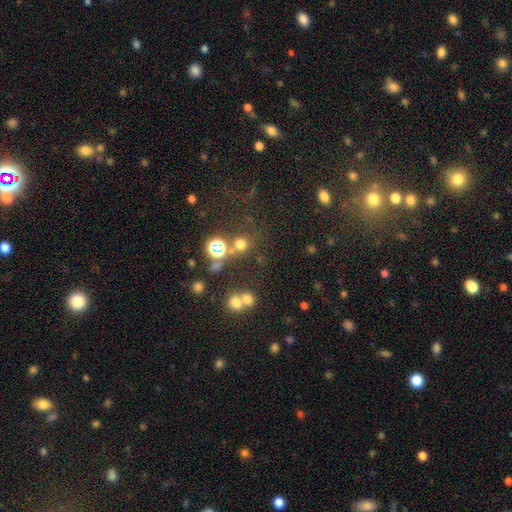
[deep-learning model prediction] Smooth or featured? star or artifact (55%)